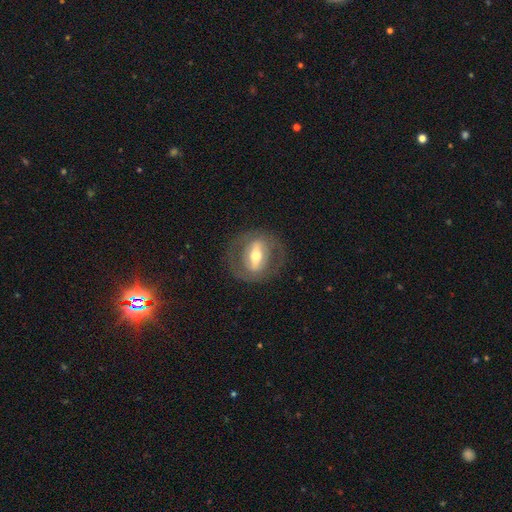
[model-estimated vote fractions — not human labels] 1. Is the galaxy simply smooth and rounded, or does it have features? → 71% featured or disk, 23% smooth, 6% star or artifact.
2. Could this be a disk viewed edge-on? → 84% no, 16% yes.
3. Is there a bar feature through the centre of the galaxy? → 65% strong, 22% weak, 13% no.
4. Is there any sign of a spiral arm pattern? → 65% no, 35% yes.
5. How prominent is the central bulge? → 67% moderate, 18% small, 12% large, 1% dominant, 1% none.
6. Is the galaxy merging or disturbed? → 78% none, 12% minor disturbance, 9% major disturbance, 1% merger.